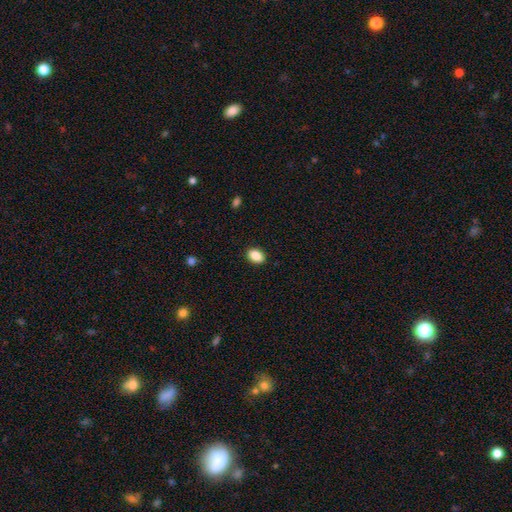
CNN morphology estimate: Smooth or featured: smooth — 88% (star or artifact — 8%)
How rounded: in between — 78% (round — 20%)
Merging: none — 90% (minor disturbance — 8%)